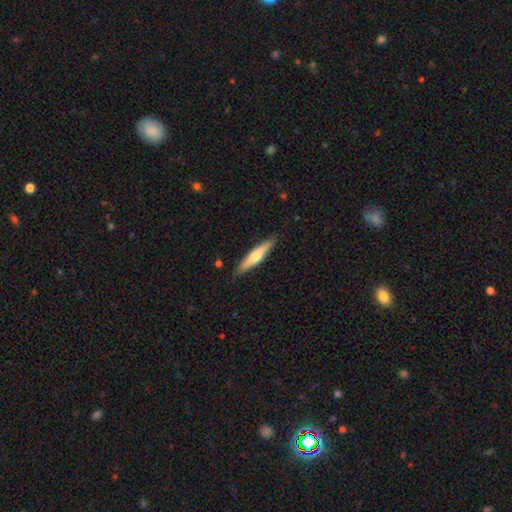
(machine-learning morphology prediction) The model was most divided on "smooth or featured": smooth: 56%, featured or disk: 39%, star or artifact: 5%. More confident: merging — none (87%); how rounded — cigar-shaped (85%).